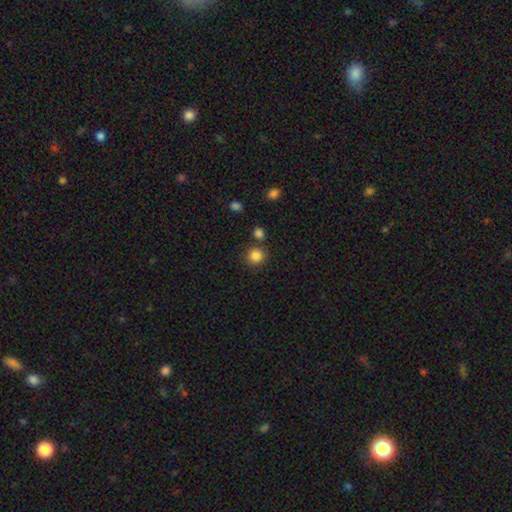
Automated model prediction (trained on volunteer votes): smooth 85%, star or artifact 11%, featured or disk 4%. Down the decision tree: how rounded — round (90%); merging — none (80%).